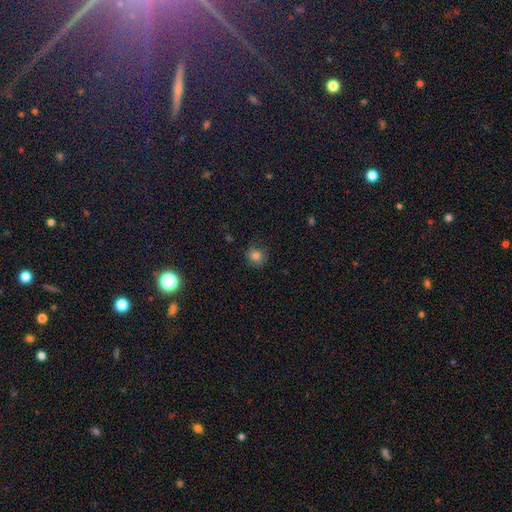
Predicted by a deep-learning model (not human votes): The model was most divided on "merging": none: 79%, minor disturbance: 16%, major disturbance: 4%, merger: 1%. More confident: how rounded — round (84%); smooth or featured — smooth (81%).